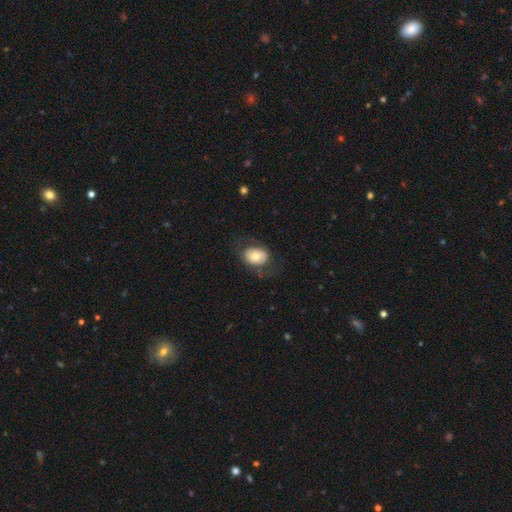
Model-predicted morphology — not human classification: smooth 65%, featured or disk 28%, star or artifact 7%. Down the decision tree: how rounded — in between (70%); merging — none (68%).